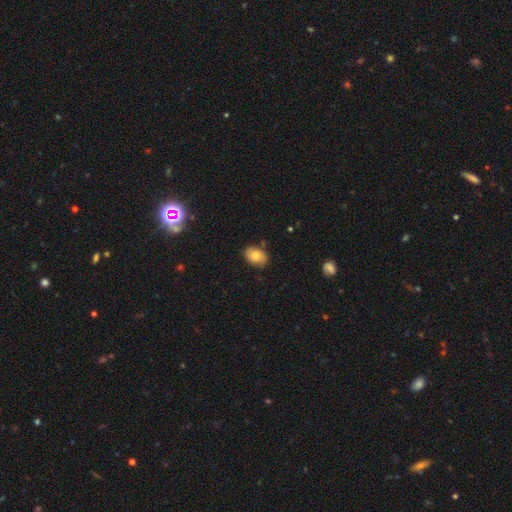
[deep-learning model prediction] Smooth or featured? Predicted: smooth (p=0.81). How rounded? Predicted: in between (p=0.78). Merging? Predicted: none (p=0.81).